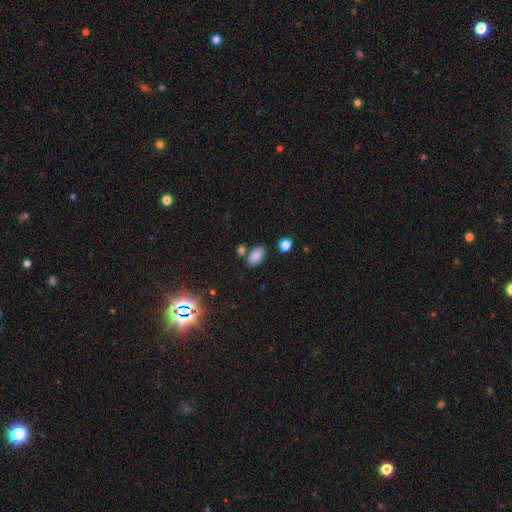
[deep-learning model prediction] This is clearly a smooth galaxy (83%). How rounded: clearly in between (92%). Merging: likely none (73%).